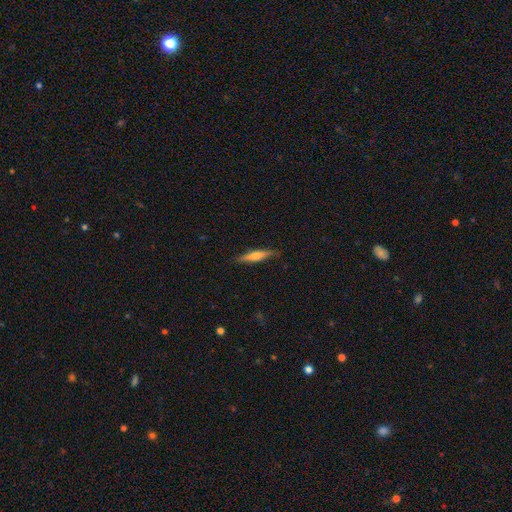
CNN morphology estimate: The model was most divided on "smooth or featured": smooth: 51%, featured or disk: 43%, star or artifact: 6%. More confident: how rounded — cigar-shaped (86%); merging — none (85%).